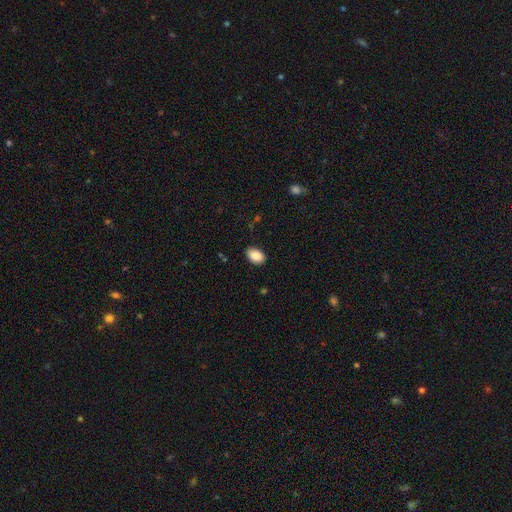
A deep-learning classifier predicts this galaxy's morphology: smooth_or_featured: smooth (p=0.89) [alt: star or artifact p=0.07]
how_rounded: in between (p=0.86) [alt: round p=0.13]
merging: none (p=0.85) [alt: minor disturbance p=0.11]